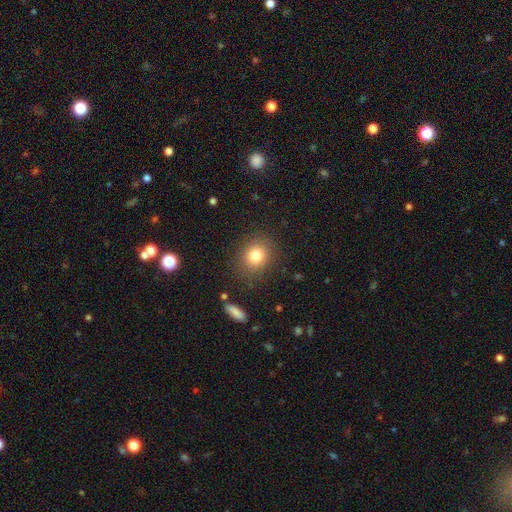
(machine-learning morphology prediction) The model was most divided on "how rounded": round: 71%, in between: 28%, cigar-shaped: 1%. More confident: merging — none (84%); smooth or featured — smooth (80%).